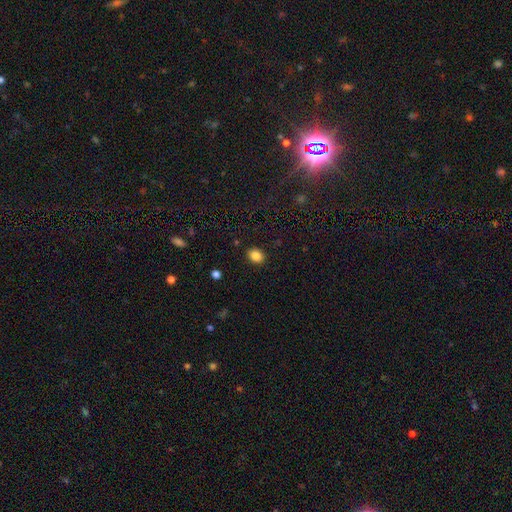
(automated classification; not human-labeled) Morphology: type=smooth (86%); roundness=in between (54%); merging=none (89%).